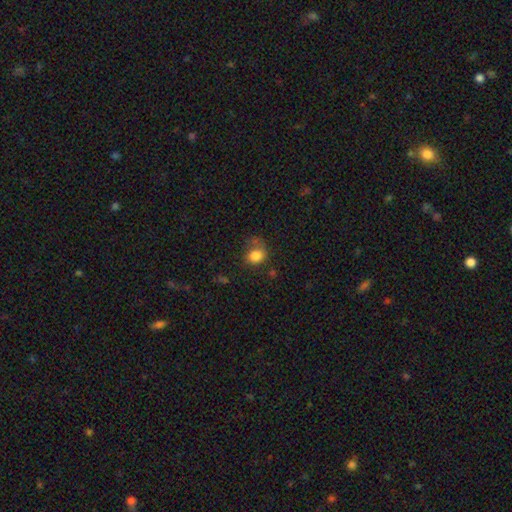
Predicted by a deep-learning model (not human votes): smooth-or-featured: smooth: 81% | star or artifact: 10% | featured or disk: 9%
  how-rounded: round: 60% | in between: 39% | cigar-shaped: 1%
  merging: none: 45% | minor disturbance: 27% | major disturbance: 22% | merger: 6%